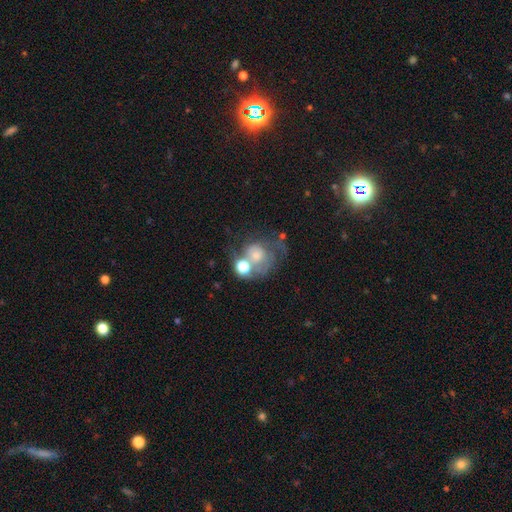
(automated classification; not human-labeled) Smooth or featured? featured or disk (47%)
Merging? merger (29%)